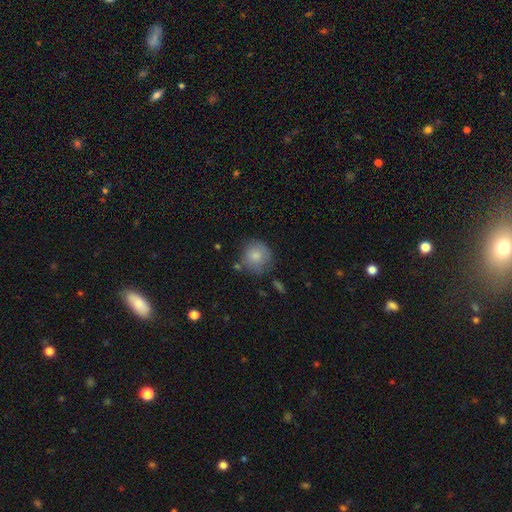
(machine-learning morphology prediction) Smooth or featured? smooth (82%)
How rounded? round (88%)
Merging? none (67%)